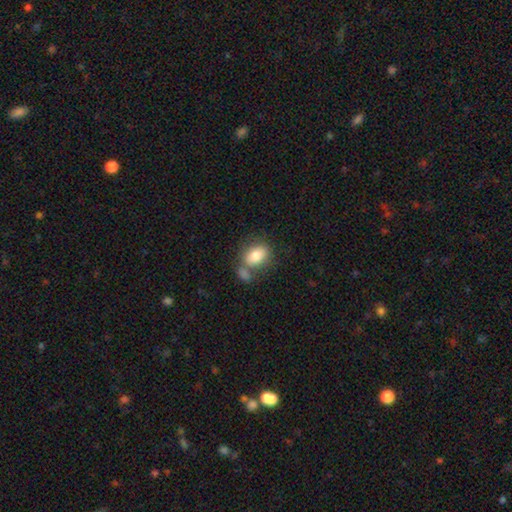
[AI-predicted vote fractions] This is clearly a smooth galaxy (80%). How rounded: likely in between (78%). Merging: possibly none (49%).